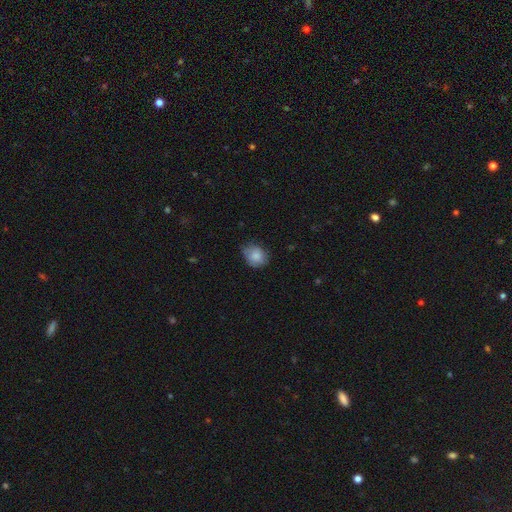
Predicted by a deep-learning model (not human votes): smooth_or_featured: smooth (p=0.83) [alt: featured or disk p=0.09]
how_rounded: round (p=0.52) [alt: in between p=0.47]
merging: none (p=0.63) [alt: minor disturbance p=0.30]